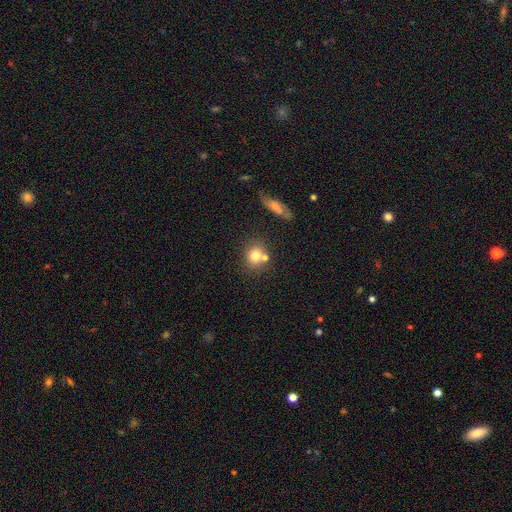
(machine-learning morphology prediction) This appears to be a smooth galaxy with no disk features (76%) that is round (75%). Merging: none (58%).